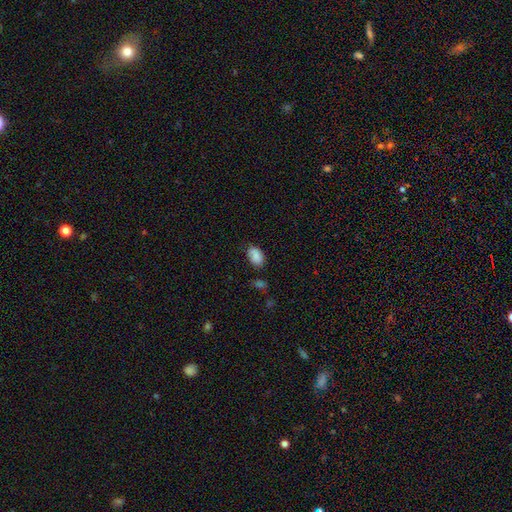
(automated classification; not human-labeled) Smooth or featured? smooth (85%)
How rounded? in between (88%)
Merging? none (68%)